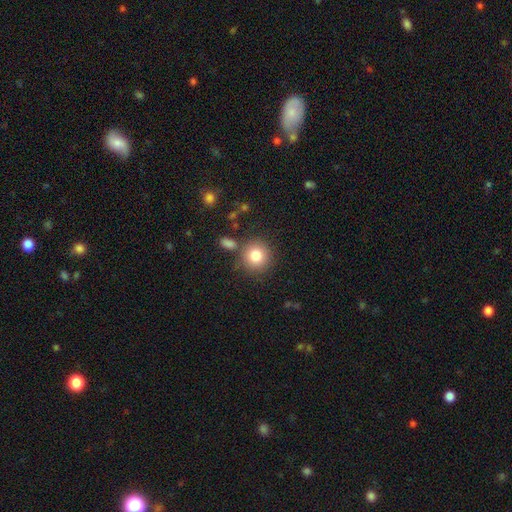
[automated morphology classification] Q: Smooth or featured?
A: smooth (82%); runner-up: star or artifact (10%)
Q: How rounded?
A: round (91%); runner-up: in between (8%)
Q: Merging?
A: none (79%); runner-up: minor disturbance (10%)